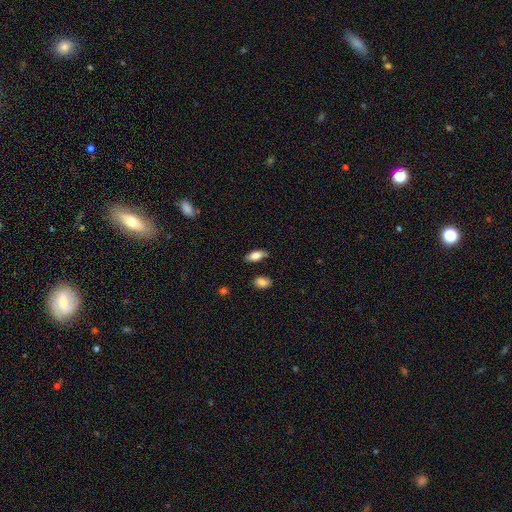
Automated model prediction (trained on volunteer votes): Smooth or featured: smooth — 82% (featured or disk — 11%)
How rounded: in between — 87% (cigar-shaped — 10%)
Merging: none — 76% (minor disturbance — 17%)